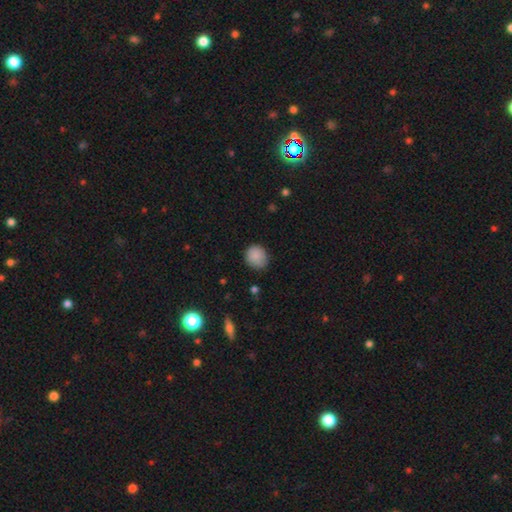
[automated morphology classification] smooth-or-featured: smooth: 88% | star or artifact: 8% | featured or disk: 4%
  how-rounded: round: 80% | in between: 20% | cigar-shaped: 1%
  merging: none: 80% | minor disturbance: 16% | major disturbance: 3% | merger: 1%